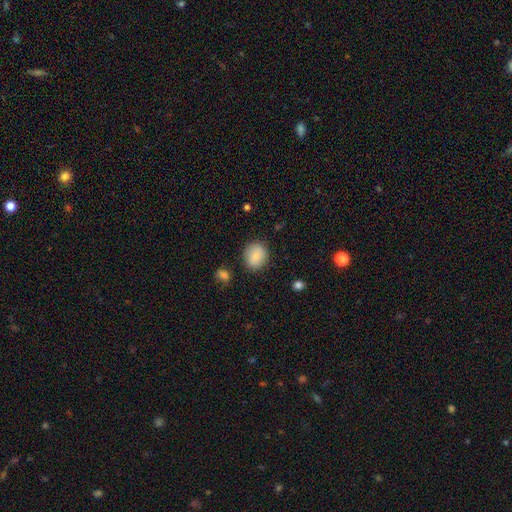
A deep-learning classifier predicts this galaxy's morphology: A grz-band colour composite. It shows a smooth galaxy with no disk features (85%) that is round (65%). Merging: none (84%).